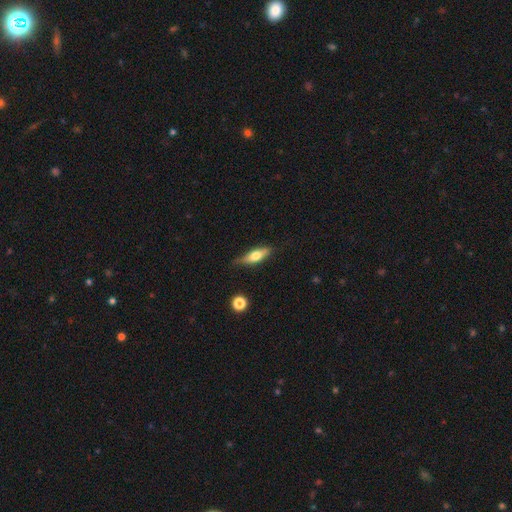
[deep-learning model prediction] Overall: smooth (55%; featured or disk 38%). How rounded: in between (49%; cigar-shaped 48%). Merging: none (73%).